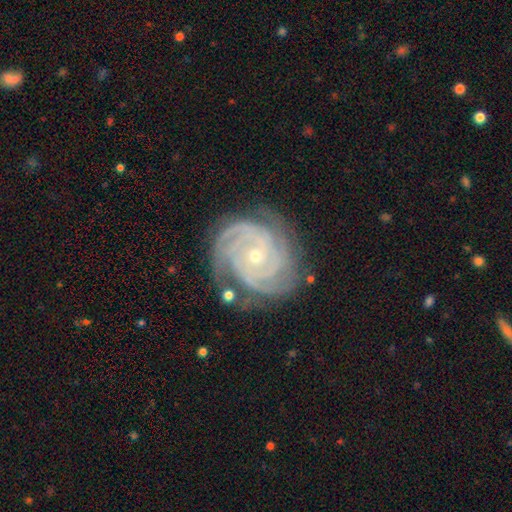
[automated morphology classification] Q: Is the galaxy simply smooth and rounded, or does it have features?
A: featured or disk — 92%.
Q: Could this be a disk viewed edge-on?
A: no — 98%.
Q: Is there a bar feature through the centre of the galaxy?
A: no — 73%.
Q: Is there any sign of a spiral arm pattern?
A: yes — 98%.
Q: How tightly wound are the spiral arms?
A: tight — 82%.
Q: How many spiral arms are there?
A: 4 — 32%.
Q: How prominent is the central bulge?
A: small — 65%.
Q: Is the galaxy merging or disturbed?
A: none — 76%.